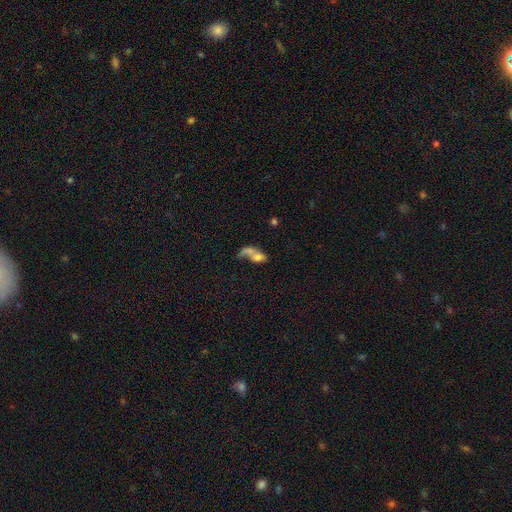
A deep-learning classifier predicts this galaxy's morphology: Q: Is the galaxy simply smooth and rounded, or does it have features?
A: smooth — 59%.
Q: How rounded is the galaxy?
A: in between — 74%.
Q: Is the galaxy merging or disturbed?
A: merger — 56%.